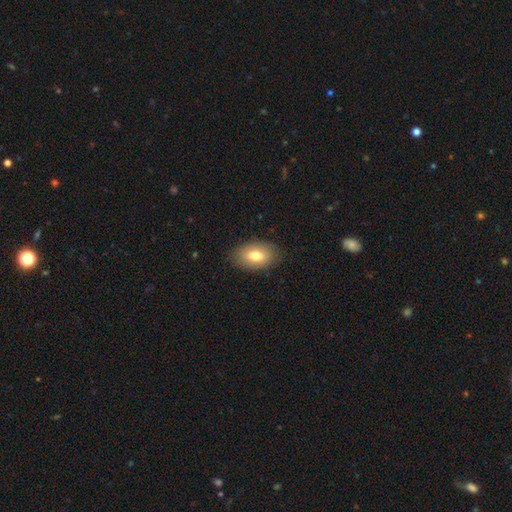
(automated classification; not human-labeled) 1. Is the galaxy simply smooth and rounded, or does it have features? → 76% smooth, 17% featured or disk, 7% star or artifact.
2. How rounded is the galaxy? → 90% in between, 8% round, 1% cigar-shaped.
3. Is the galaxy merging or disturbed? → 85% none, 11% minor disturbance, 3% major disturbance, 1% merger.